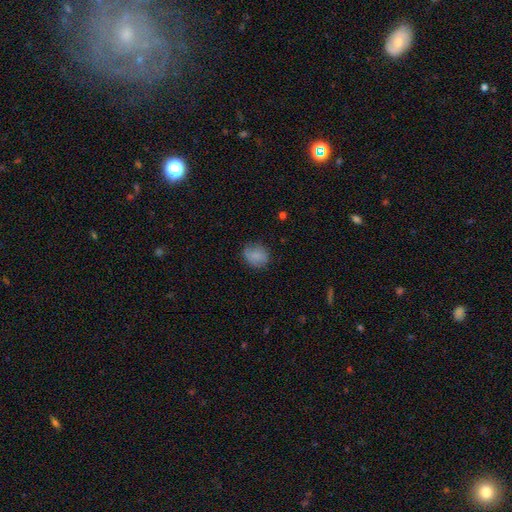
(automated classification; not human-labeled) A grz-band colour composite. It shows a smooth galaxy with no disk features (81%) that is round (62%). Merging: none (72%).